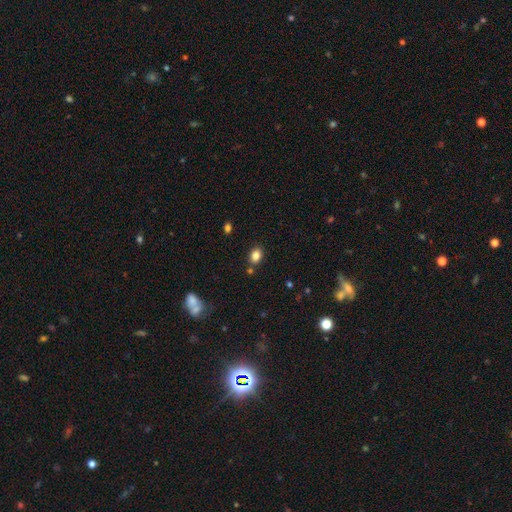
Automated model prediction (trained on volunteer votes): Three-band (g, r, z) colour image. It shows a smooth galaxy with no disk features (83%) that is in between round and cigar-shaped (60%). Merging: none (81%).